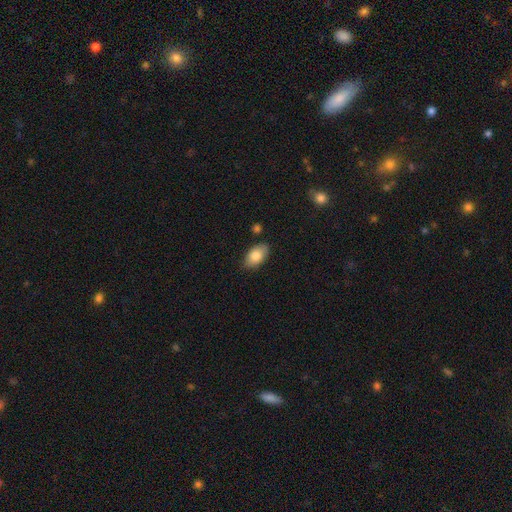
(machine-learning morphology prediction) smooth_or_featured: smooth (p=0.82) [alt: featured or disk p=0.12]
how_rounded: in between (p=0.93) [alt: round p=0.05]
merging: none (p=0.82) [alt: minor disturbance p=0.13]